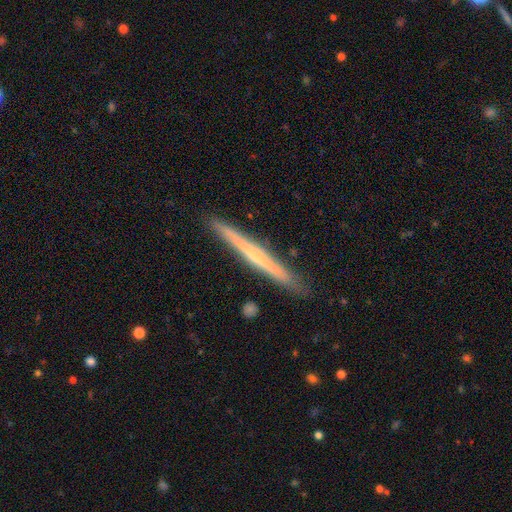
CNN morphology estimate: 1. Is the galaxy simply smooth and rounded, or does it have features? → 55% featured or disk, 39% smooth, 6% star or artifact.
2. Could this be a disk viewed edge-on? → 97% yes, 3% no.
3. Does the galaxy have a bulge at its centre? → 70% none, 25% rounded, 5% boxy.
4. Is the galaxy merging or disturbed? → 90% none, 8% minor disturbance, 1% major disturbance, 1% merger.